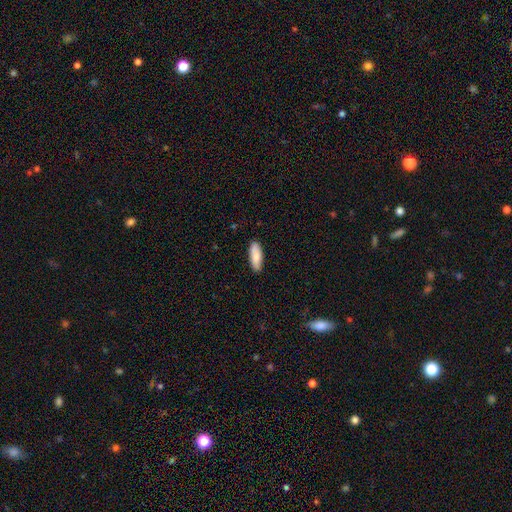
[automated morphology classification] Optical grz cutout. It shows a smooth galaxy with no disk features (83%) that is in between round and cigar-shaped (59%). Merging: none (87%).